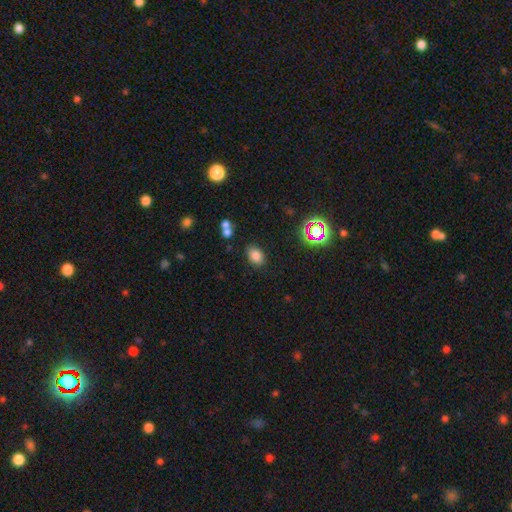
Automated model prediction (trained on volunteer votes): Smooth or featured? smooth (79%)
How rounded? in between (77%)
Merging? none (79%)